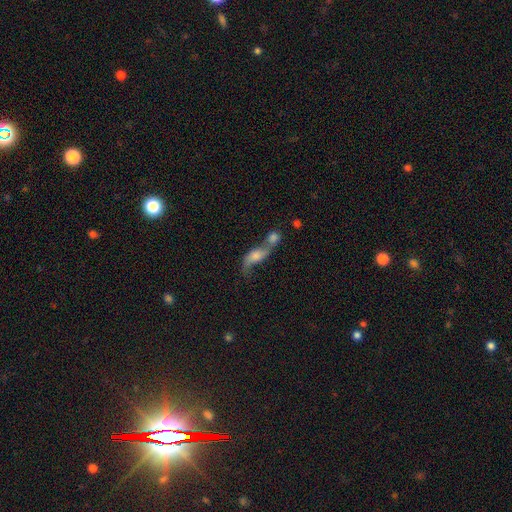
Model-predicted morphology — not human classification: Overall: featured or disk (53%; smooth 37%). Edge-on disk: no (82%). Merging: merger (66%).